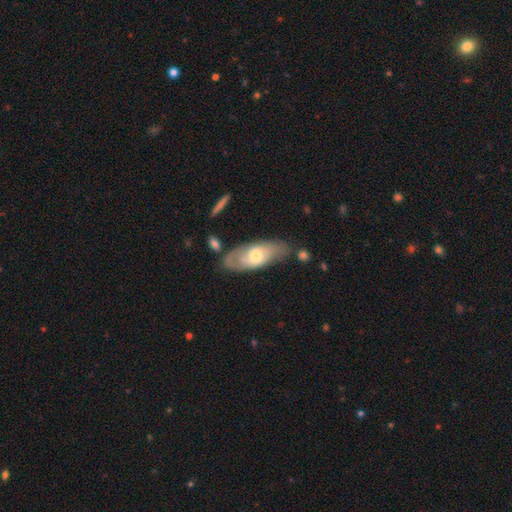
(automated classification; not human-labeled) smooth_or_featured: featured or disk (p=0.50) [alt: smooth p=0.44]
disk_edge_on: no (p=0.81) [alt: yes p=0.19]
merging: none (p=0.66) [alt: minor disturbance p=0.21]